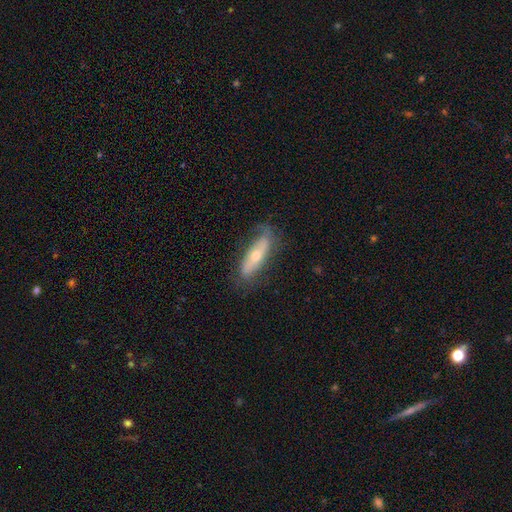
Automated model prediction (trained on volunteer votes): Smooth or featured? featured or disk (58%)
Edge-on disk? no (63%)
Merging? none (66%)